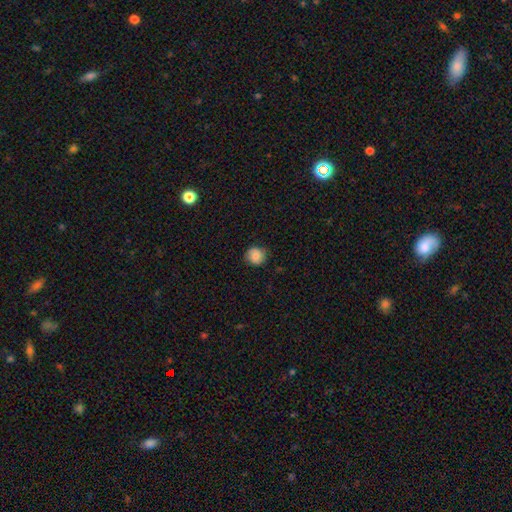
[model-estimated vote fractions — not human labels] Smooth or featured? smooth (82%)
How rounded? round (88%)
Merging? none (82%)